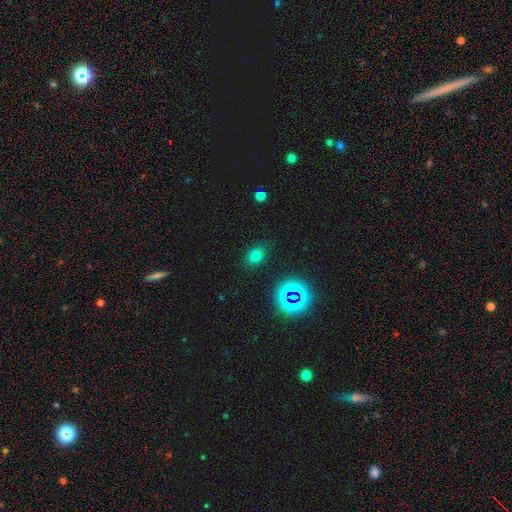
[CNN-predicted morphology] Smooth or featured? Predicted: smooth (p=0.71). How rounded? Predicted: in between (p=0.63). Merging? Predicted: none (p=0.84).